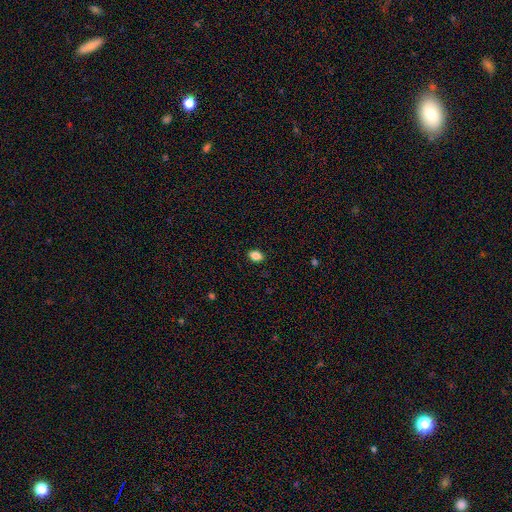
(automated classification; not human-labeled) smooth 86%, star or artifact 9%, featured or disk 5%. Down the decision tree: how rounded — in between (81%); merging — none (89%).